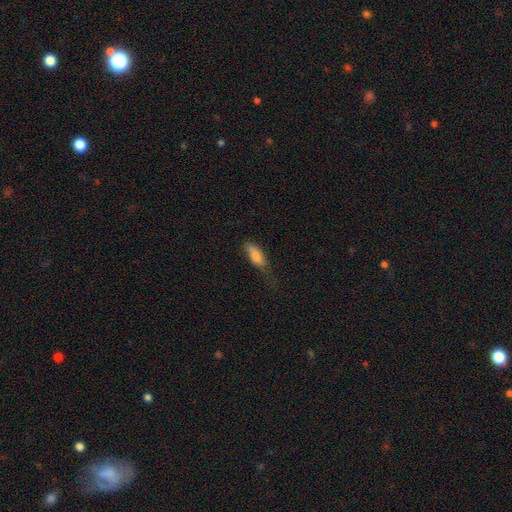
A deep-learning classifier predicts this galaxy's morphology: The model was most divided on "merging": none: 43%, minor disturbance: 37%, major disturbance: 18%, merger: 2%. More confident: smooth or featured — smooth (83%); how rounded — in between (72%).